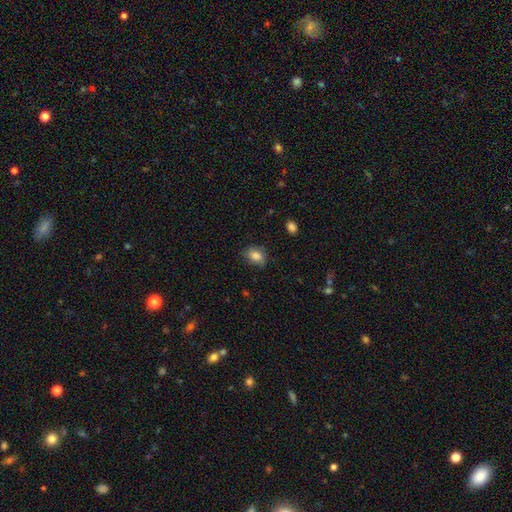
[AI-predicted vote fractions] Smooth or featured? Predicted: smooth (p=0.83). How rounded? Predicted: in between (p=0.70). Merging? Predicted: none (p=0.71).